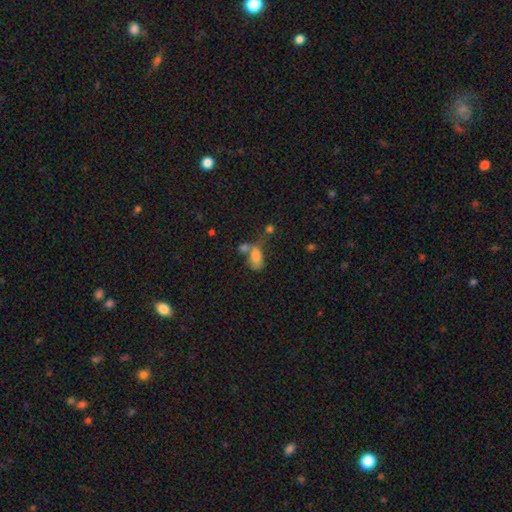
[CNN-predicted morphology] Smooth or featured? Predicted: smooth (p=0.73). How rounded? Predicted: in between (p=0.87). Merging? Predicted: merger (p=0.41).